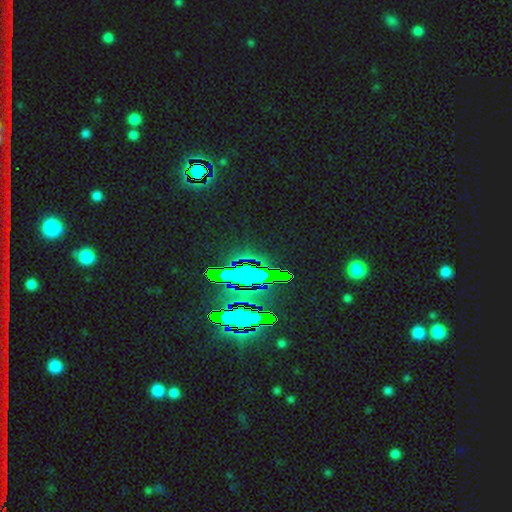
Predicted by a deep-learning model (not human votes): Smooth or featured: star or artifact — 85% (featured or disk — 8%)